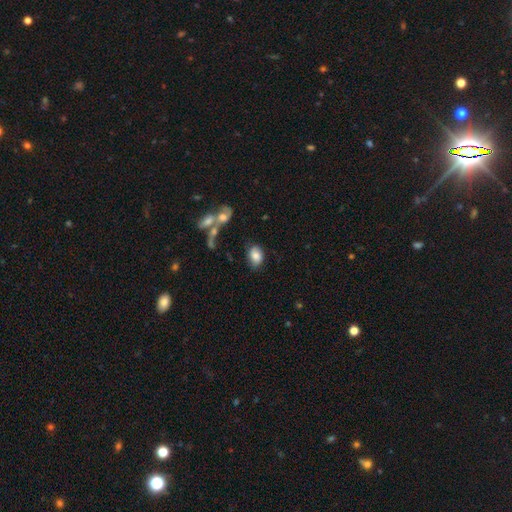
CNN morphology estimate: This is likely a smooth galaxy (78%). How rounded: clearly in between (81%). Merging: likely none (68%).